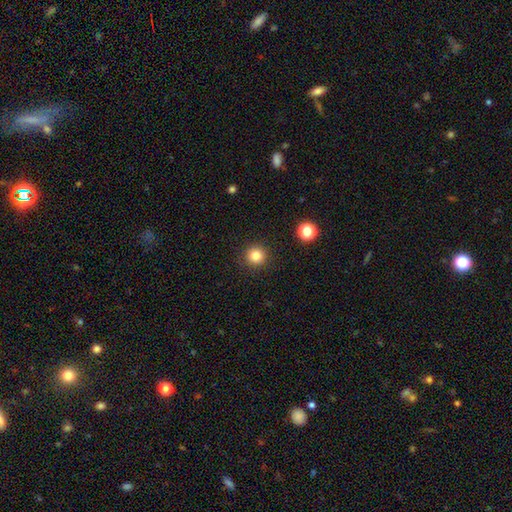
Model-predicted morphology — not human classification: type=smooth (82%); roundness=round (95%); merging=none (91%).